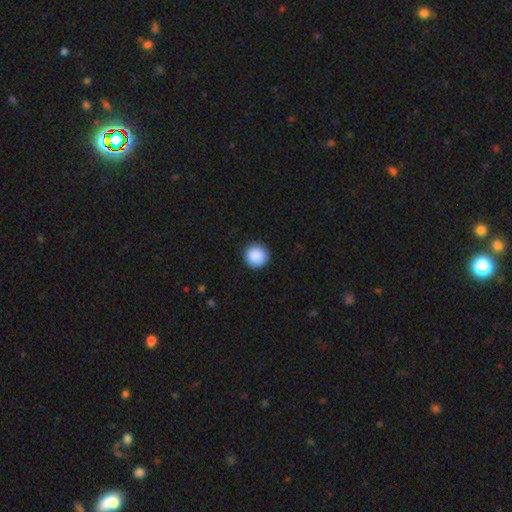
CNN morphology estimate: This appears to be a smooth galaxy with no disk features (90%) that is round (96%). Merging: none (92%).